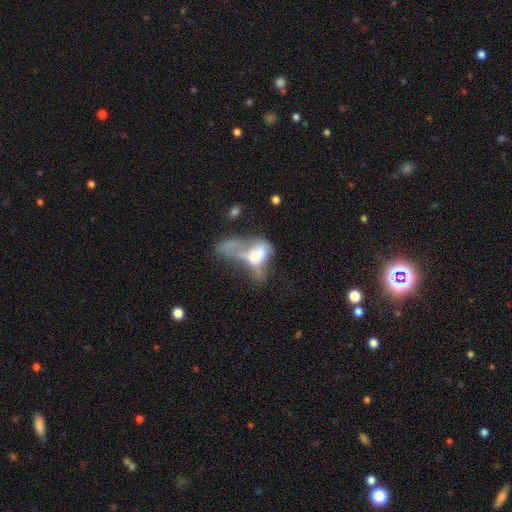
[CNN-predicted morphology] A smooth galaxy with no disk features (48%). Merging: major disturbance (45%).